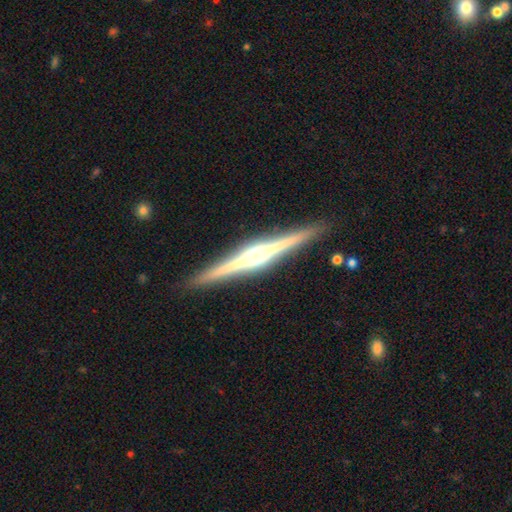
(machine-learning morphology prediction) The model was most divided on "smooth or featured": featured or disk: 85%, smooth: 10%, star or artifact: 5%. More confident: edge-on disk — yes (99%); merging — none (92%); edge-on bulge — rounded (87%).